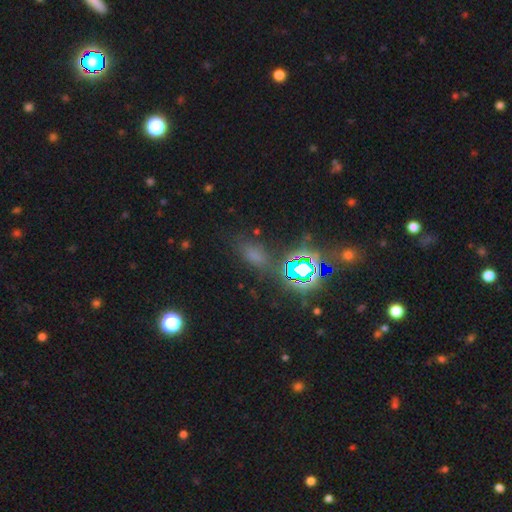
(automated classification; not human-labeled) Smooth or featured? Predicted: smooth (p=0.47). Merging? Predicted: none (p=0.73).